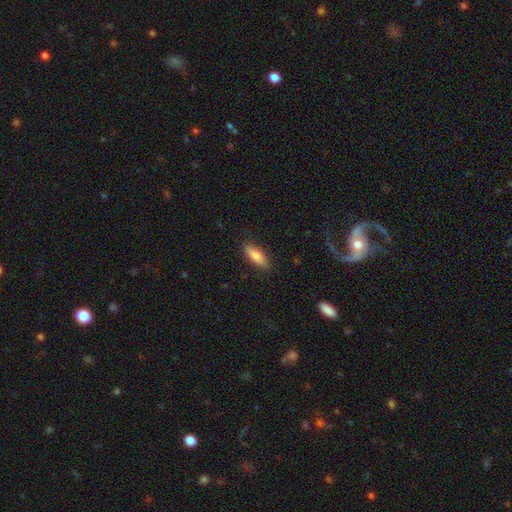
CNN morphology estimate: This appears to be a smooth galaxy with no disk features (81%) that is in between round and cigar-shaped (53%). Merging: none (86%).